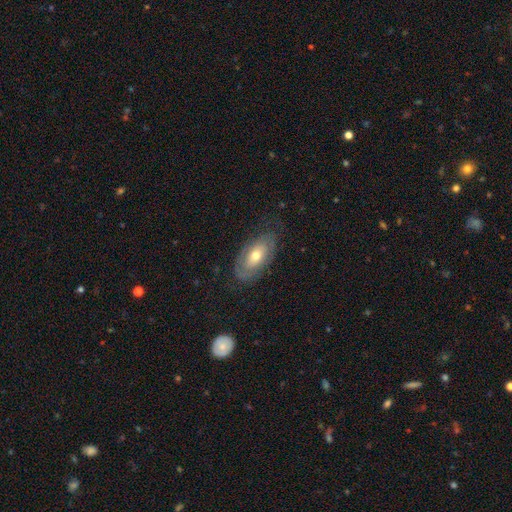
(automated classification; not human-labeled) Overall: featured or disk (53%; smooth 41%). Edge-on disk: no (87%). Merging: none (74%).